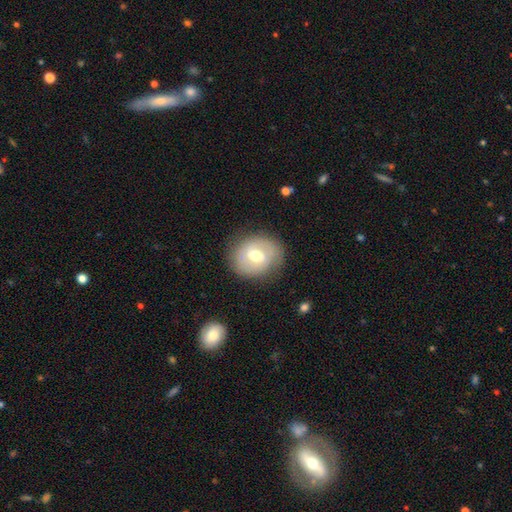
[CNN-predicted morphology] Overall: featured or disk (50%; smooth 43%). Edge-on disk: no (95%). Merging: none (79%).